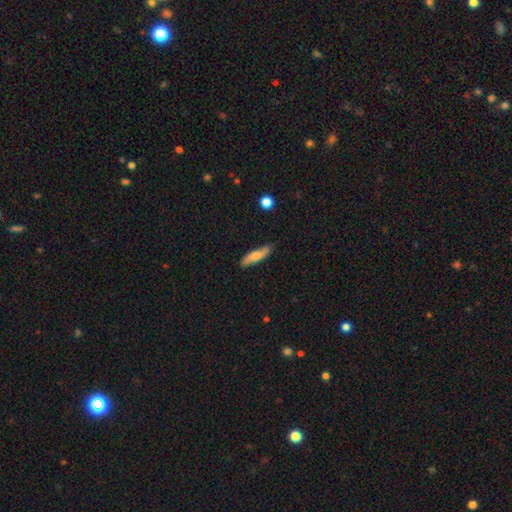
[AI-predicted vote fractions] This appears to be a smooth galaxy with no disk features (67%) that is cigar-shaped (67%). Merging: none (79%).